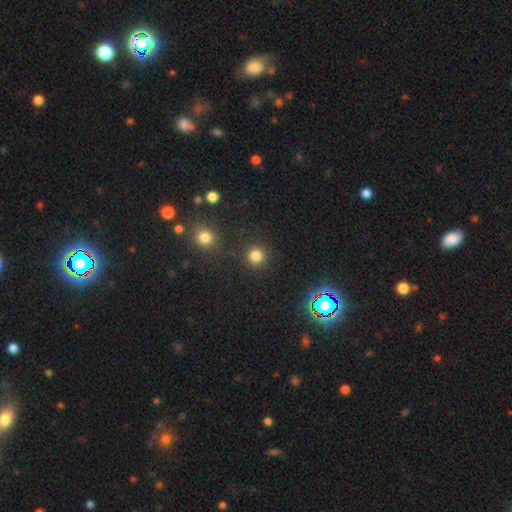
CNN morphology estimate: Smooth or featured: smooth — 80% (star or artifact — 16%)
How rounded: round — 94% (in between — 5%)
Merging: none — 88% (minor disturbance — 6%)